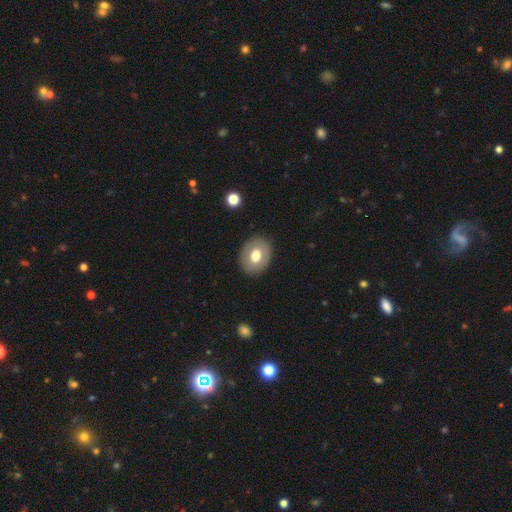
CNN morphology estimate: A smooth galaxy with no disk features (68%) that is in between round and cigar-shaped (52%).

Vote fractions:
- Smooth or featured? smooth: 68% / featured or disk: 24% / star or artifact: 7%
- How rounded? in between: 52% / round: 48% / cigar-shaped: 1%
- Merging? none: 88% / minor disturbance: 8% / major disturbance: 3% / merger: 1%